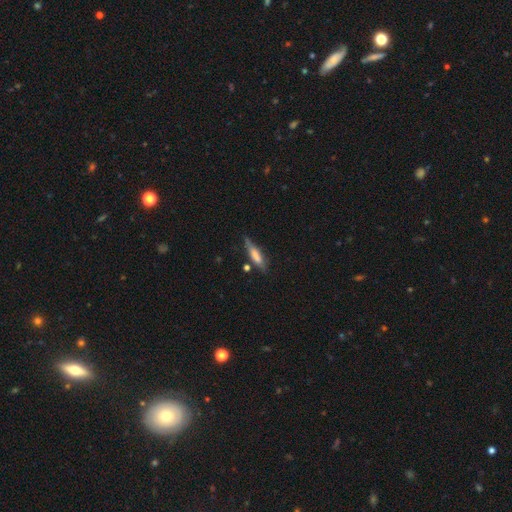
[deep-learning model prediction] Morphology: type=smooth (63%); roundness=cigar-shaped (74%); merging=none (64%).